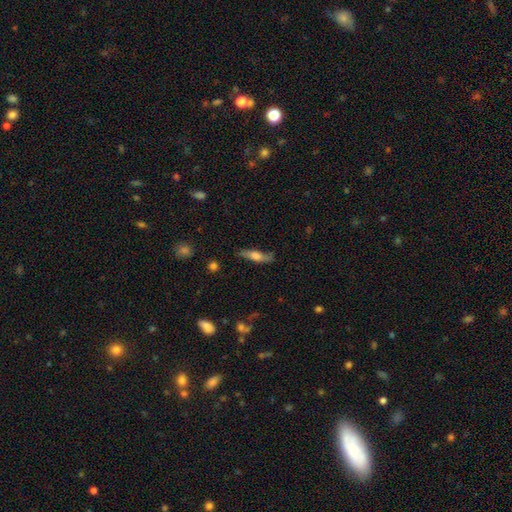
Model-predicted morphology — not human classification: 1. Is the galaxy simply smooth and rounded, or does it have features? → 51% smooth, 42% featured or disk, 7% star or artifact.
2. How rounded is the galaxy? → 67% cigar-shaped, 30% in between, 3% round.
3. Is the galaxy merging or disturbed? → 75% none, 19% minor disturbance, 5% major disturbance, 2% merger.